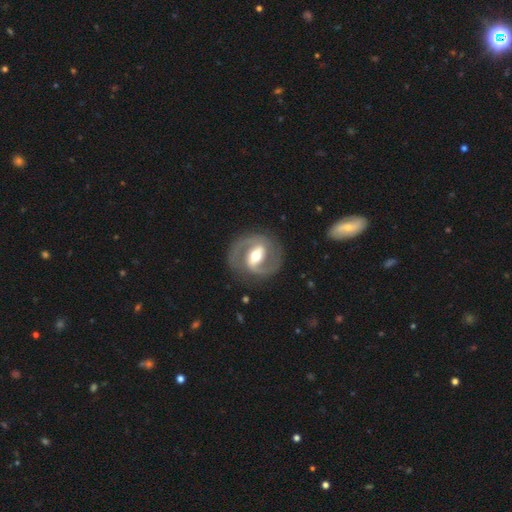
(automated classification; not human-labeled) This appears to be a featured or disk galaxy (87%) with a strong bar (48%), 2 (92%) medium (56%) spiral arms (93%) and a moderate central bulge (71%). Merging: none (84%).